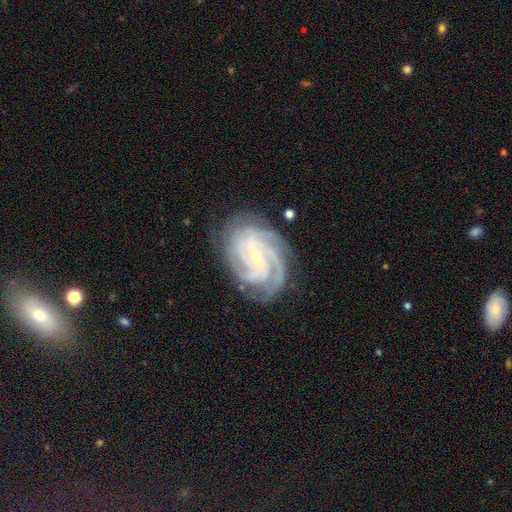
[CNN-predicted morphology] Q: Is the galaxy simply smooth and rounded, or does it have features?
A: featured or disk — 91%.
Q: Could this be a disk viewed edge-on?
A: no — 98%.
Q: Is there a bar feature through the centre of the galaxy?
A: weak — 41%.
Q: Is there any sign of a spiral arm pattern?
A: yes — 99%.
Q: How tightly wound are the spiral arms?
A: tight — 72%.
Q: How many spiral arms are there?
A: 4 — 41%.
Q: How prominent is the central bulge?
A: small — 81%.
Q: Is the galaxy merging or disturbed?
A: none — 79%.